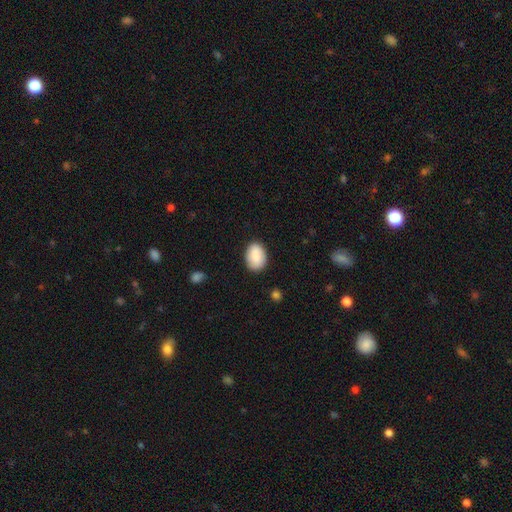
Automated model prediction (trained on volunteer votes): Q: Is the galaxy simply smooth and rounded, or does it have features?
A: smooth — 88%.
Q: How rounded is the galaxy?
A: in between — 82%.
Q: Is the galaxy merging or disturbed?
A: none — 84%.